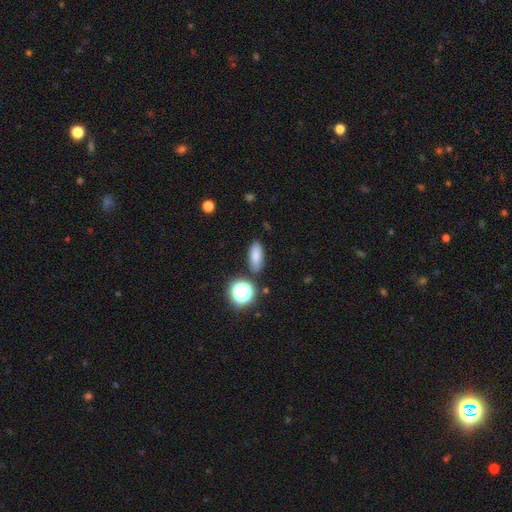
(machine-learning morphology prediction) smooth_or_featured: smooth (p=0.76) [alt: star or artifact p=0.13]
how_rounded: in between (p=0.76) [alt: cigar-shaped p=0.13]
merging: none (p=0.84) [alt: minor disturbance p=0.09]